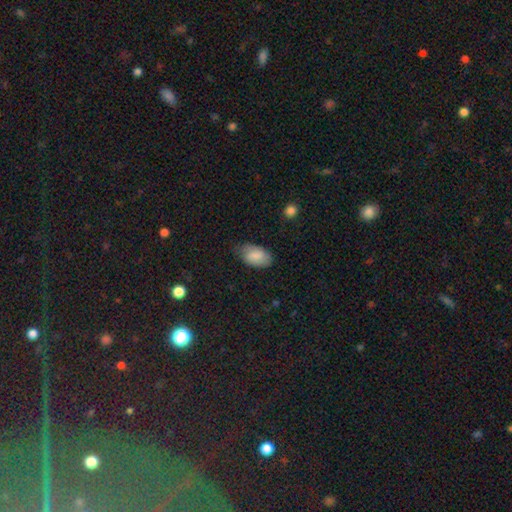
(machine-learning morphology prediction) smooth_or_featured: smooth (p=0.83) [alt: featured or disk p=0.10]
how_rounded: in between (p=0.94) [alt: round p=0.05]
merging: none (p=0.65) [alt: minor disturbance p=0.28]